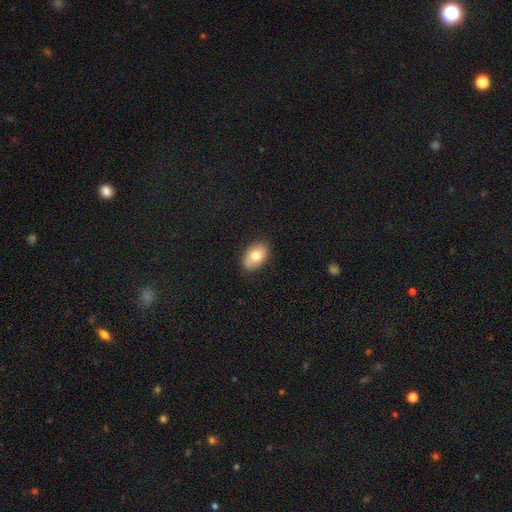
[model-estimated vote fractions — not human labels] A smooth galaxy with no disk features (77%) that is in between round and cigar-shaped (87%).

Vote fractions:
- Smooth or featured? smooth: 77% / featured or disk: 16% / star or artifact: 7%
- How rounded? in between: 87% / round: 12% / cigar-shaped: 1%
- Merging? none: 86% / minor disturbance: 11% / major disturbance: 2% / merger: 1%